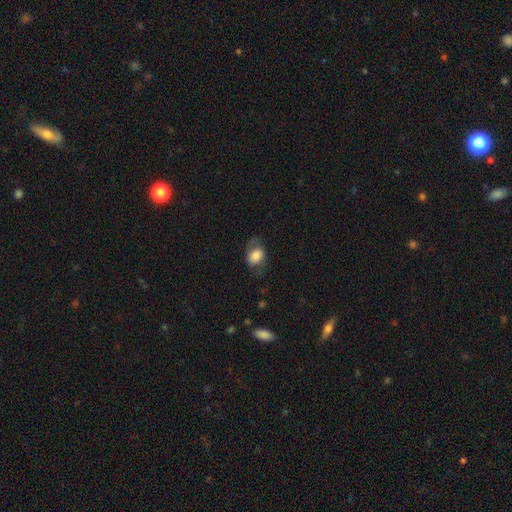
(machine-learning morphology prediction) smooth_or_featured: smooth (p=0.70) [alt: featured or disk p=0.22]
how_rounded: in between (p=0.69) [alt: round p=0.30]
merging: none (p=0.55) [alt: minor disturbance p=0.25]